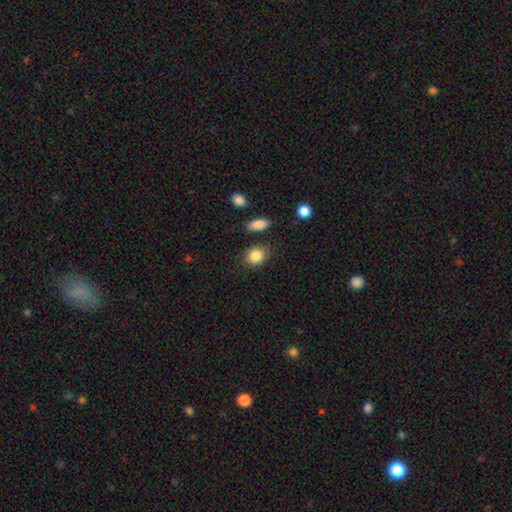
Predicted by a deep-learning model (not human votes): A smooth galaxy with no disk features (86%) that is in between round and cigar-shaped (57%).

Vote fractions:
- Smooth or featured? smooth: 86% / star or artifact: 8% / featured or disk: 6%
- How rounded? in between: 57% / round: 42% / cigar-shaped: 1%
- Merging? none: 78% / minor disturbance: 14% / merger: 4% / major disturbance: 4%